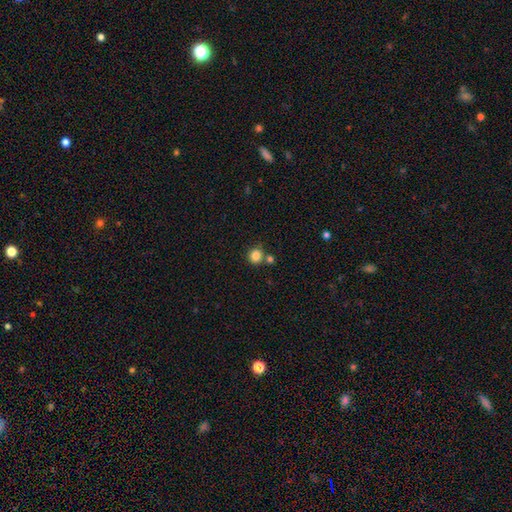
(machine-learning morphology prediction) A smooth galaxy with no disk features (84%) that is round (91%). Merging: none (72%).